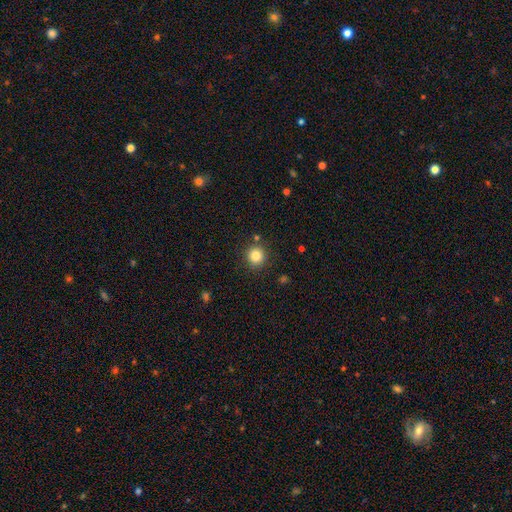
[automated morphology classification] A smooth galaxy with no disk features (83%) that is round (93%). Merging: none (87%).